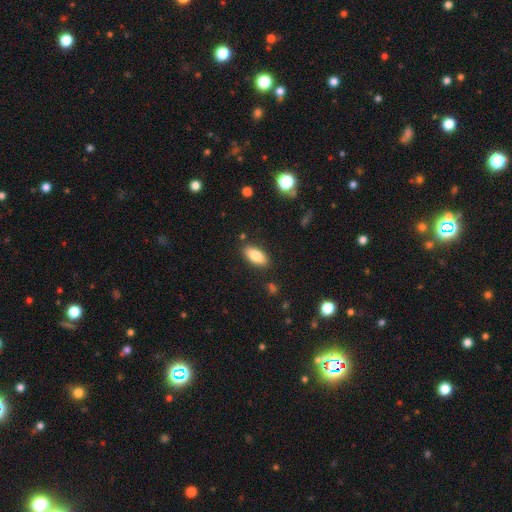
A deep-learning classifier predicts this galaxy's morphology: This is clearly a smooth galaxy (81%). How rounded: clearly in between (86%). Merging: clearly none (87%).